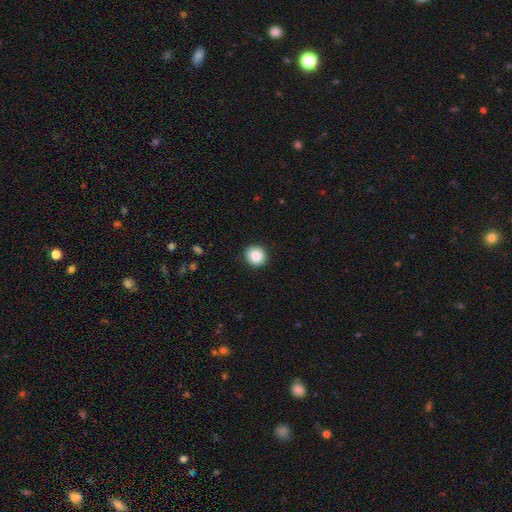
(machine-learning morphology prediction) This appears to be a smooth galaxy with no disk features (85%) that is round (91%). Merging: none (90%).